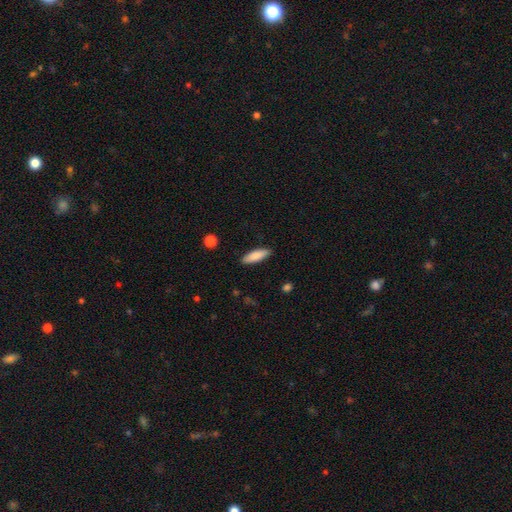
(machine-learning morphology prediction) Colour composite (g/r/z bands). It shows a smooth galaxy with no disk features (85%) that is in between round and cigar-shaped (50%). Merging: none (88%).